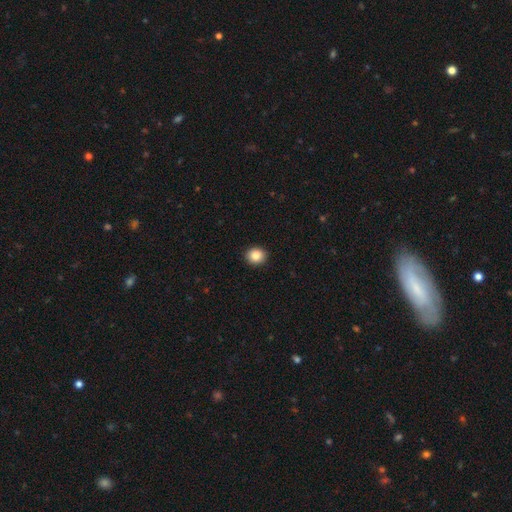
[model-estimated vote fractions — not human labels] Smooth or featured? smooth (87%)
How rounded? round (81%)
Merging? none (92%)